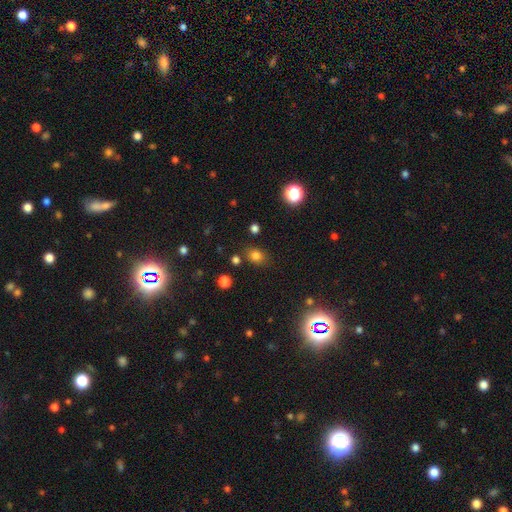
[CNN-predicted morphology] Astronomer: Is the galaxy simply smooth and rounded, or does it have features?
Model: smooth — 77%.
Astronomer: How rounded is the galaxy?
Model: round — 53% (runner-up: in between, 46%).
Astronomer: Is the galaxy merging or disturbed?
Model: none — 78%.